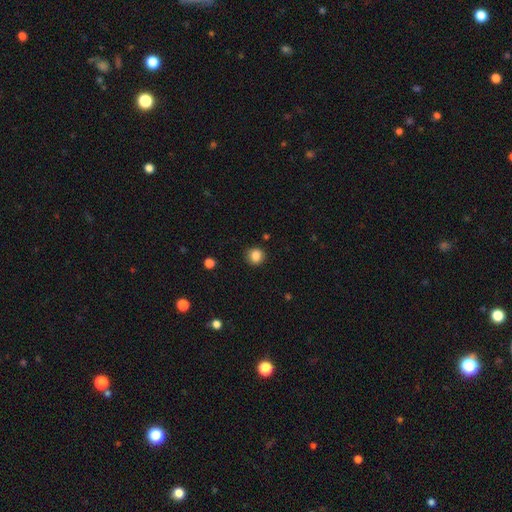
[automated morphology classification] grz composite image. It shows a smooth galaxy with no disk features (85%) that is round (86%). Merging: none (88%).